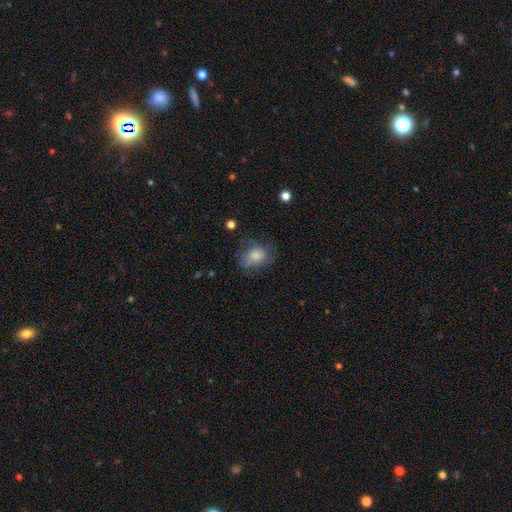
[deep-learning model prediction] Smooth or featured?
  - smooth: 77% *
  - featured or disk: 14%
  - star or artifact: 9%
How rounded?
  - in between: 54% *
  - round: 45%
  - cigar-shaped: 1%
Merging?
  - none: 59% *
  - minor disturbance: 25%
  - major disturbance: 14%
  - merger: 2%